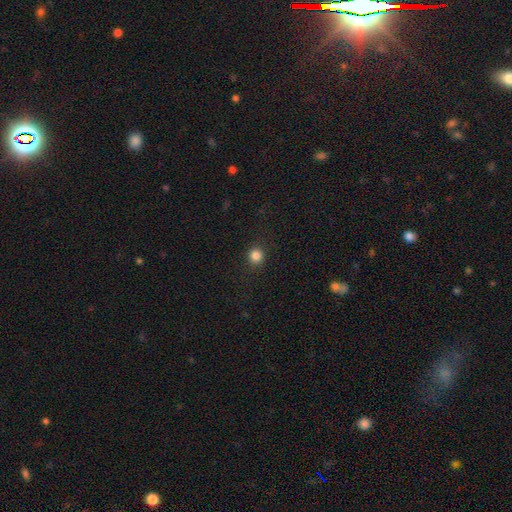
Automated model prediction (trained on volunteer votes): Morphology: type=smooth (84%); roundness=round (89%); merging=none (90%).